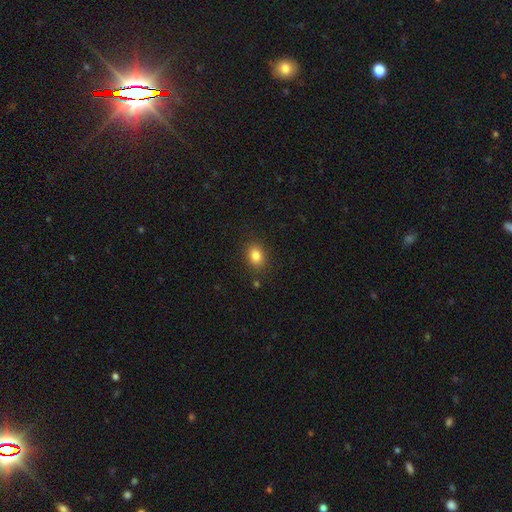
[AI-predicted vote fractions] This appears to be a smooth galaxy with no disk features (84%) that is in between round and cigar-shaped (61%). Merging: none (87%).